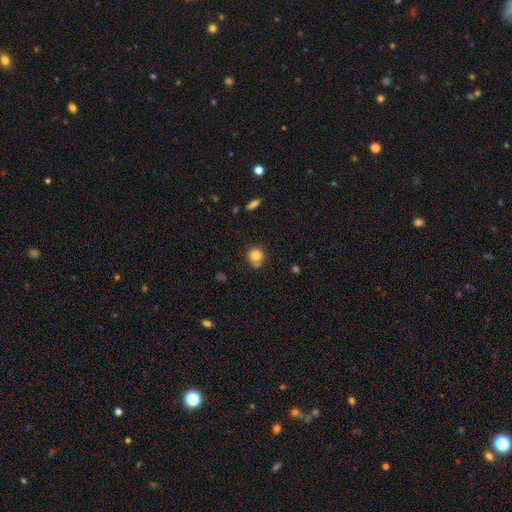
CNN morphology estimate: This appears to be a smooth galaxy with no disk features (82%) that is round (81%). Merging: none (63%).